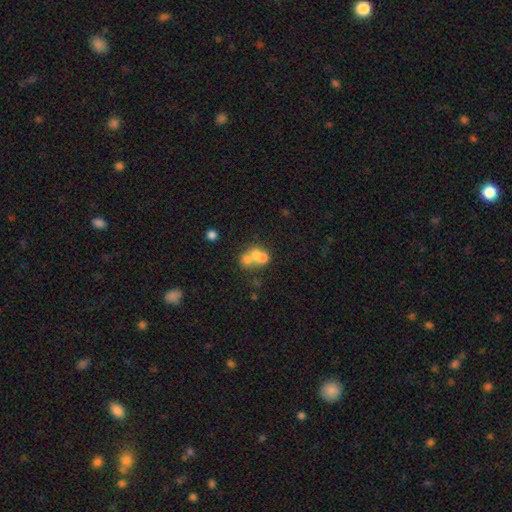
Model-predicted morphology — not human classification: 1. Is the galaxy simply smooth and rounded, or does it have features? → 60% smooth, 27% featured or disk, 13% star or artifact.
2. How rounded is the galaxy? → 50% in between, 48% round, 2% cigar-shaped.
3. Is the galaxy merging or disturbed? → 67% merger, 21% none, 7% minor disturbance, 6% major disturbance.